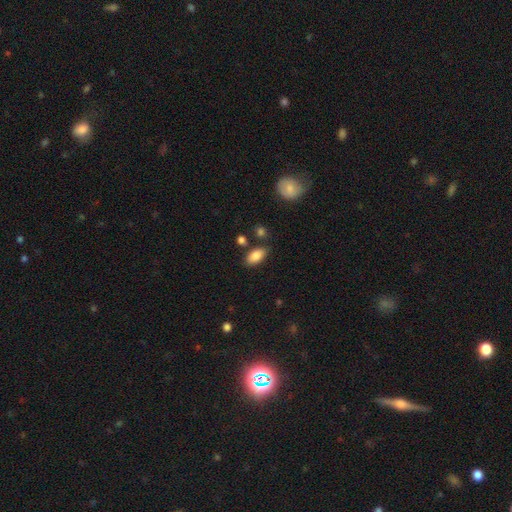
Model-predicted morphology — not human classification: Smooth or featured? Predicted: smooth (p=0.86). How rounded? Predicted: in between (p=0.92). Merging? Predicted: none (p=0.79).